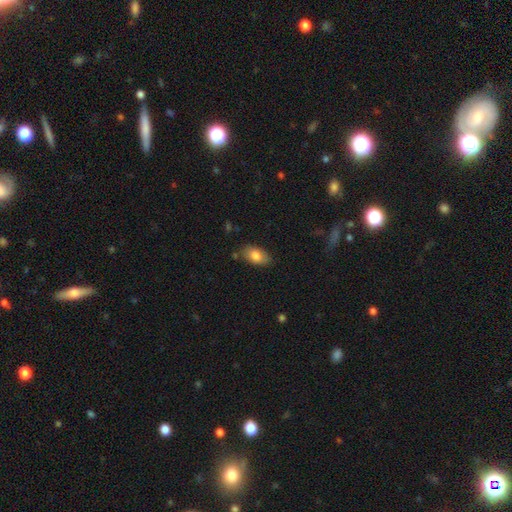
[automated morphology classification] smooth_or_featured: smooth (p=0.81) [alt: featured or disk p=0.12]
how_rounded: in between (p=0.92) [alt: round p=0.06]
merging: none (p=0.81) [alt: minor disturbance p=0.13]